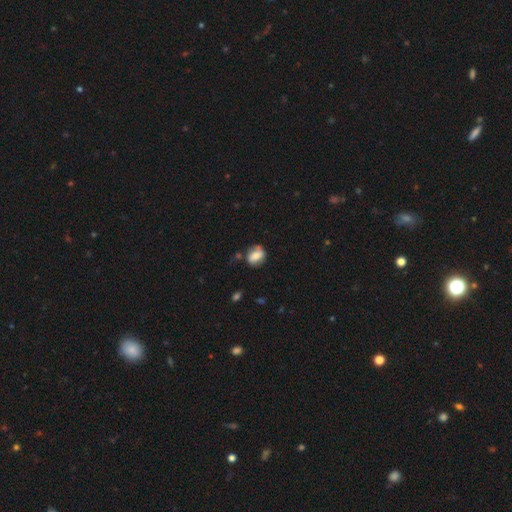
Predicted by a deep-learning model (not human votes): Smooth or featured: smooth — 57% (featured or disk — 35%)
How rounded: round — 54% (in between — 44%)
Merging: none — 67% (minor disturbance — 22%)